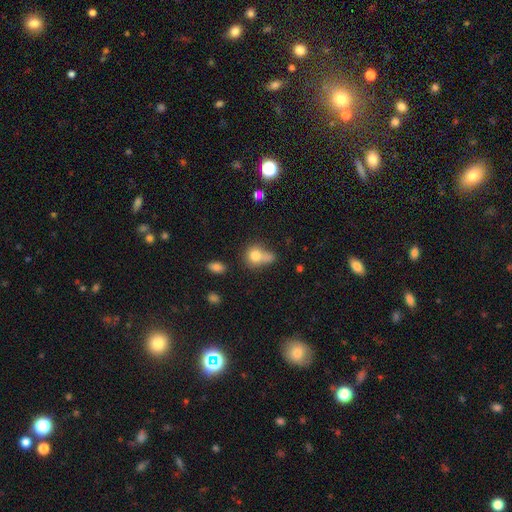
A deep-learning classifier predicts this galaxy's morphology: Q: Smooth or featured?
A: smooth (76%); runner-up: featured or disk (13%)
Q: How rounded?
A: round (64%); runner-up: in between (34%)
Q: Merging?
A: none (35%); runner-up: merger (34%)